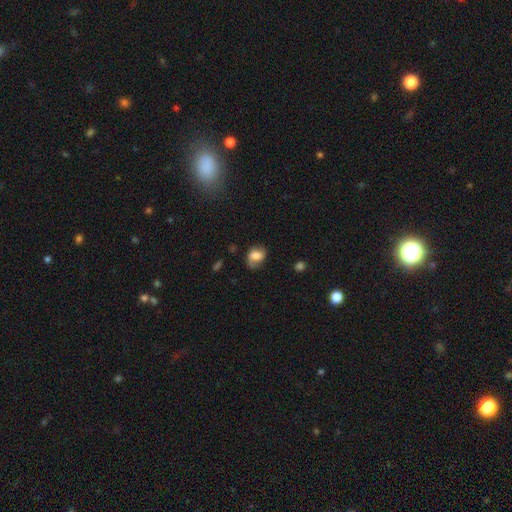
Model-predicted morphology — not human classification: The model was most divided on "how rounded": in between: 62%, round: 36%, cigar-shaped: 1%. More confident: smooth or featured — smooth (64%); merging — none (56%).